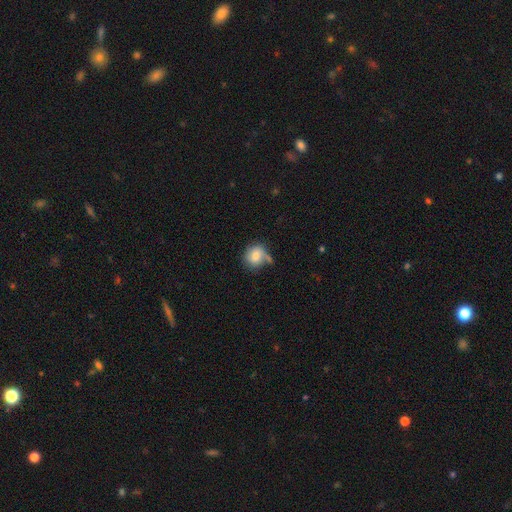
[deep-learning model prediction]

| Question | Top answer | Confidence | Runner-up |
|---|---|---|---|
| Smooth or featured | smooth | 69% | featured or disk (22%) |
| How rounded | round | 74% | in between (24%) |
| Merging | none | 50% | minor disturbance (25%) |